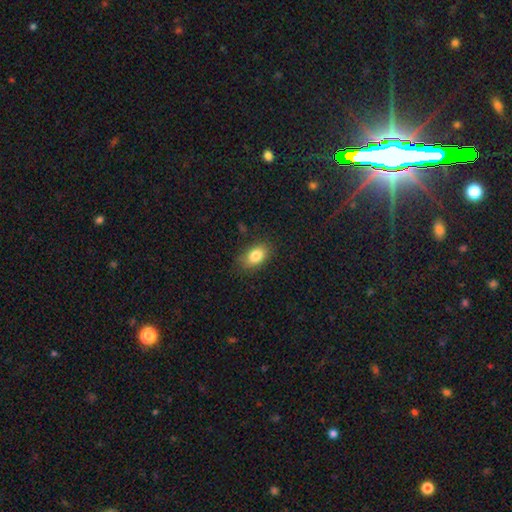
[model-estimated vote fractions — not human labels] A smooth galaxy with no disk features (83%) that is in between round and cigar-shaped (85%).

Vote fractions:
- Smooth or featured? smooth: 83% / star or artifact: 9% / featured or disk: 8%
- How rounded? in between: 85% / round: 13% / cigar-shaped: 2%
- Merging? none: 82% / minor disturbance: 13% / major disturbance: 3% / merger: 1%